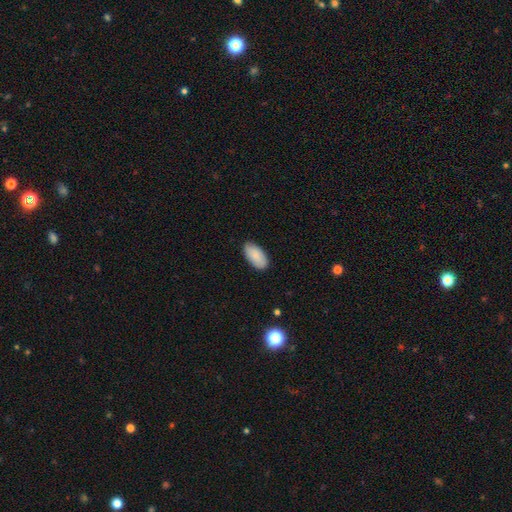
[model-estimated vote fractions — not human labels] Smooth or featured: smooth — 87% (featured or disk — 7%)
How rounded: in between — 95% (cigar-shaped — 3%)
Merging: none — 82% (minor disturbance — 14%)